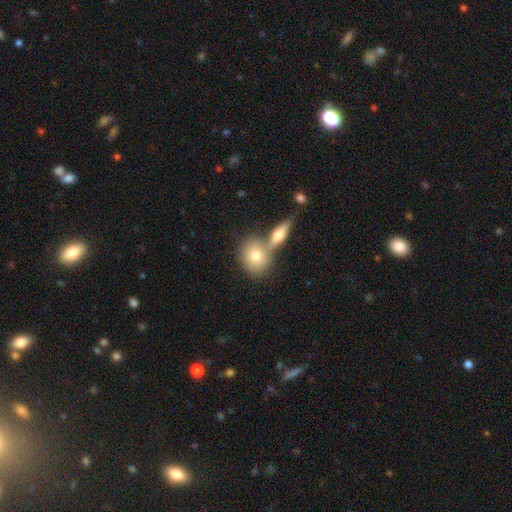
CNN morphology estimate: type=smooth (73%); roundness=round (59%); merging=merger (46%).